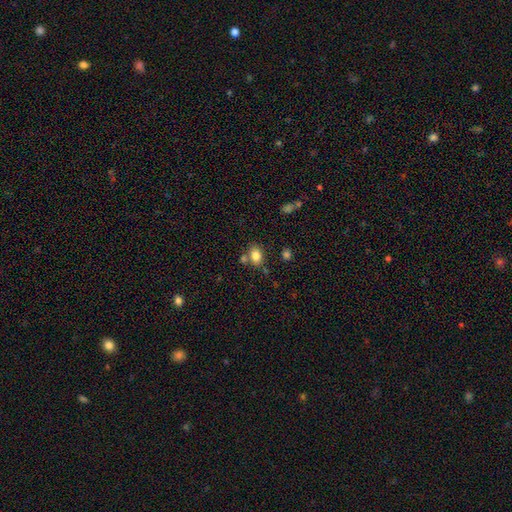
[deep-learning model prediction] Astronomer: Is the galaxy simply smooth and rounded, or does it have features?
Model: smooth — 83%.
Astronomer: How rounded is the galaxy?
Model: in between — 74%.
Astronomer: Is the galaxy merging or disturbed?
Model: none — 64%.